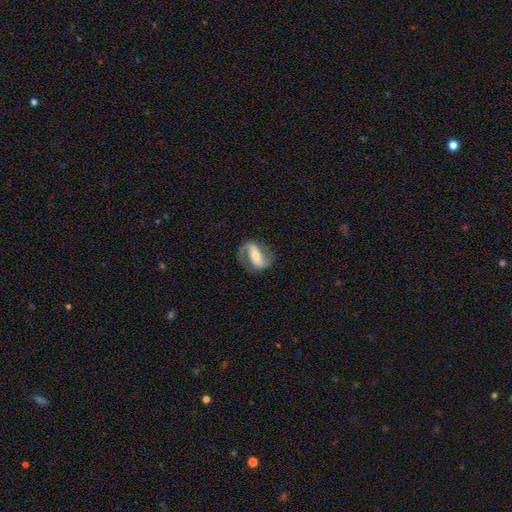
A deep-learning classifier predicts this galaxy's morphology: A featured or disk galaxy (83%) with a strong bar (55%), 2 (85%) loose (42%) spiral arms (93%) and a moderate central bulge (51%). Merging: none (75%).